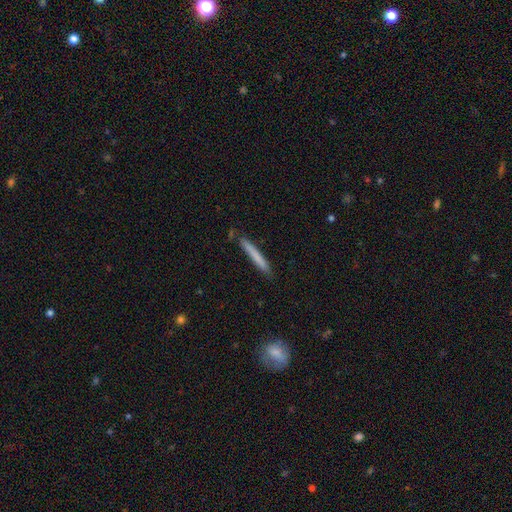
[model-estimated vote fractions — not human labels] A smooth galaxy with no disk features (73%) that is cigar-shaped (97%).

Vote fractions:
- Smooth or featured? smooth: 73% / featured or disk: 21% / star or artifact: 6%
- How rounded? cigar-shaped: 97% / in between: 2% / round: 1%
- Merging? none: 85% / minor disturbance: 11% / merger: 2% / major disturbance: 2%